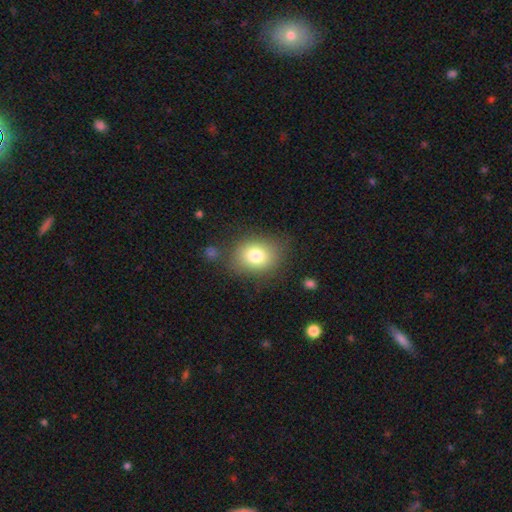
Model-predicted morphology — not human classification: This appears to be a smooth galaxy with no disk features (79%) that is round (51%). Merging: none (77%).